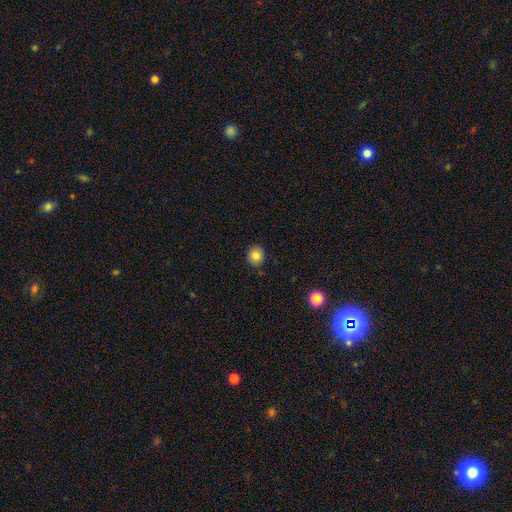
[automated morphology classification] Overall: smooth (82%). How rounded: round (86%). Merging: none (90%).